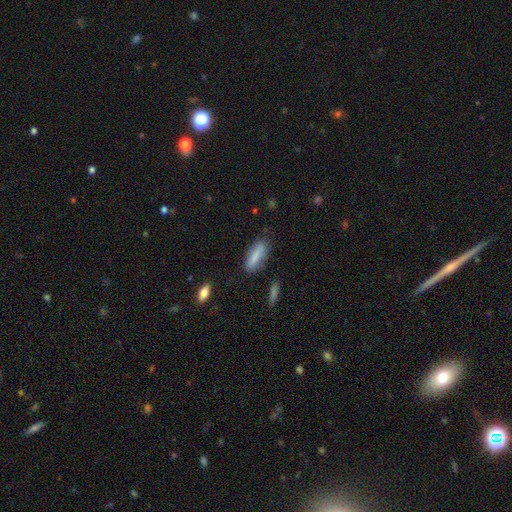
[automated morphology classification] Q: Smooth or featured?
A: smooth (82%); runner-up: featured or disk (11%)
Q: How rounded?
A: cigar-shaped (53%); runner-up: in between (45%)
Q: Merging?
A: none (77%); runner-up: minor disturbance (16%)